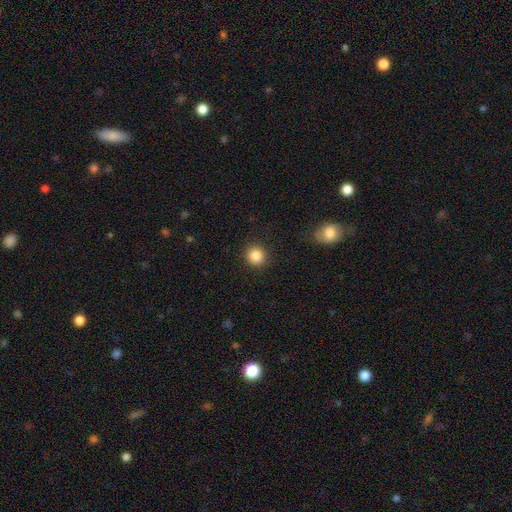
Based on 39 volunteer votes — This appears to be a smooth galaxy with no disk features (87%) that is round (88%). Merging: none (89%).